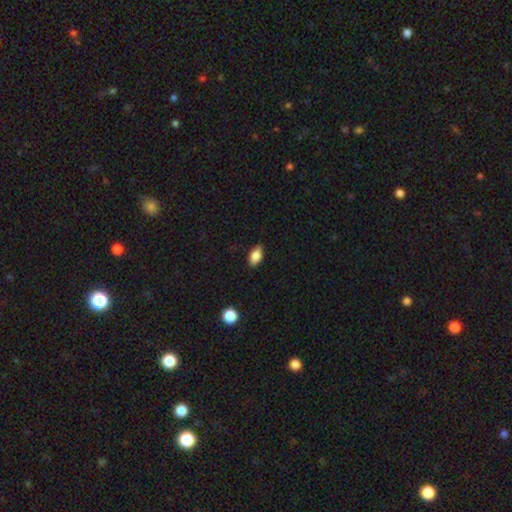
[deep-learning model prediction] This is clearly a smooth galaxy (84%). How rounded: clearly in between (90%). Merging: clearly none (84%).